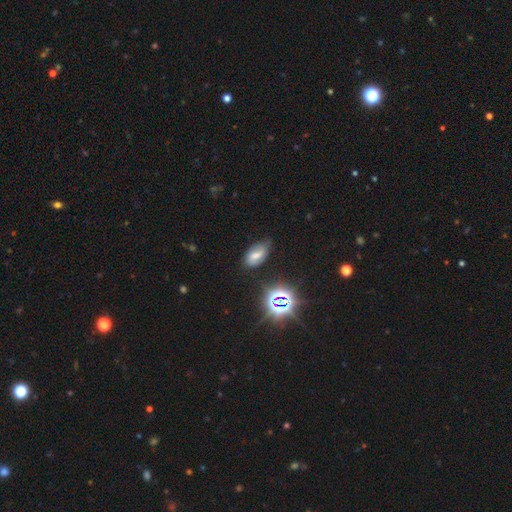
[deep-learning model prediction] Q: Smooth or featured?
A: smooth (45%); runner-up: featured or disk (35%)
Q: Merging?
A: none (65%); runner-up: minor disturbance (25%)